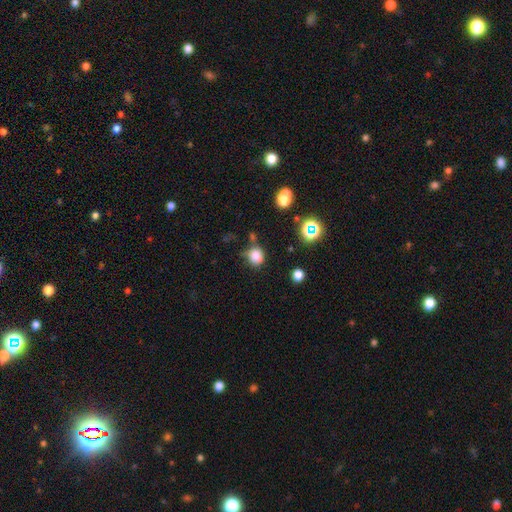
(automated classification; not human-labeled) A smooth galaxy with no disk features (80%) that is round (74%). Merging: none (60%).